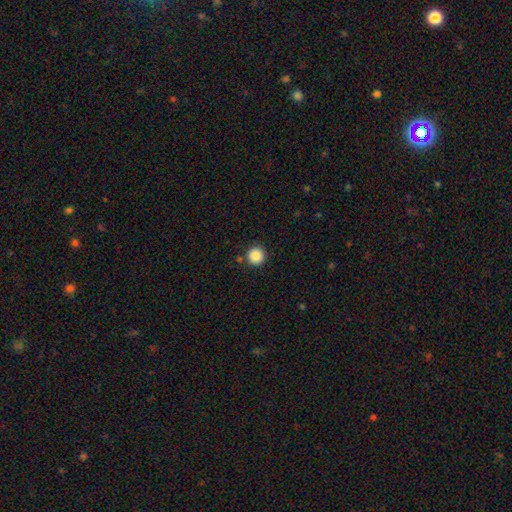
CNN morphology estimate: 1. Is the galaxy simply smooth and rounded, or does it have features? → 87% smooth, 10% star or artifact, 3% featured or disk.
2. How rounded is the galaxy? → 96% round, 3% in between, 1% cigar-shaped.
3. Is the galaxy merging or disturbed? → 90% none, 6% minor disturbance, 2% merger, 2% major disturbance.